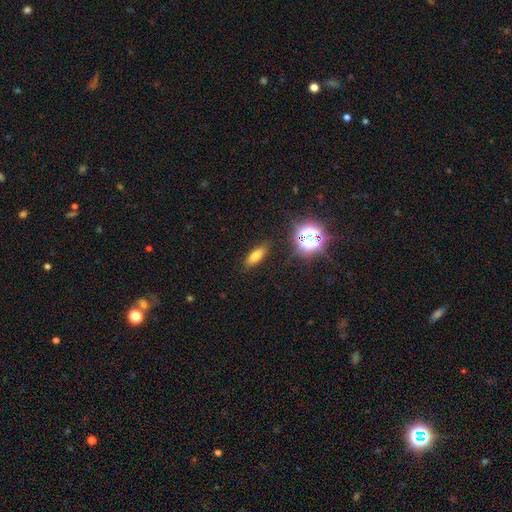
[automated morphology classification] A smooth galaxy with no disk features (69%) that is in between round and cigar-shaped (64%). Merging: none (86%).